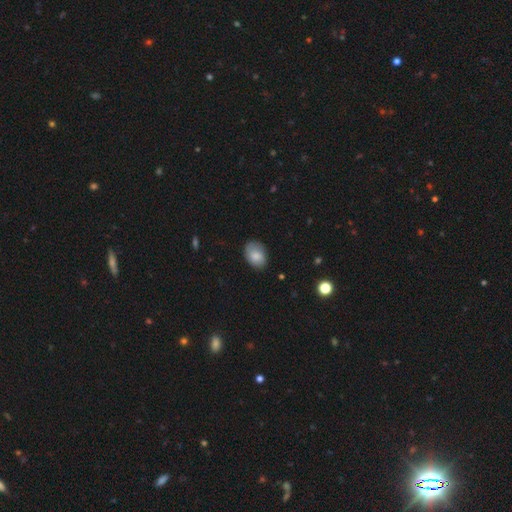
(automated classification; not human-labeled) Overall: smooth (82%). How rounded: in between (80%). Merging: none (77%).